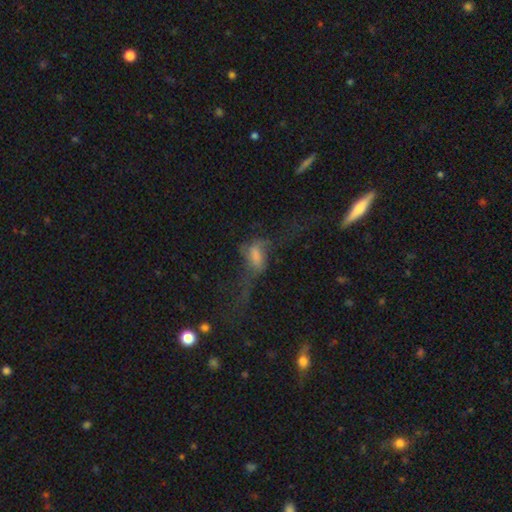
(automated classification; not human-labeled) smooth 47%, featured or disk 39%, star or artifact 14%. Down the decision tree: merging — major disturbance (59%).